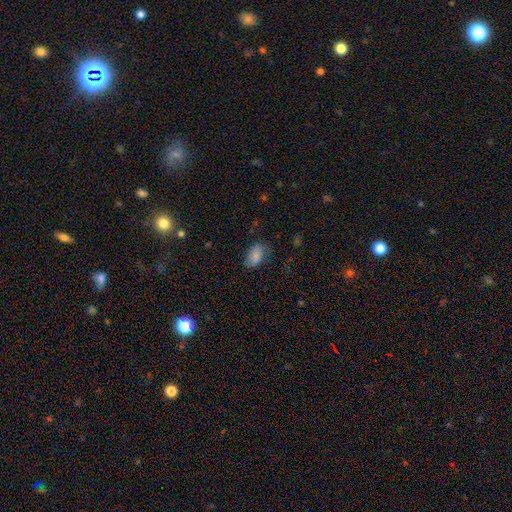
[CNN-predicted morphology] Overall: smooth (79%). How rounded: in between (90%). Merging: none (66%).